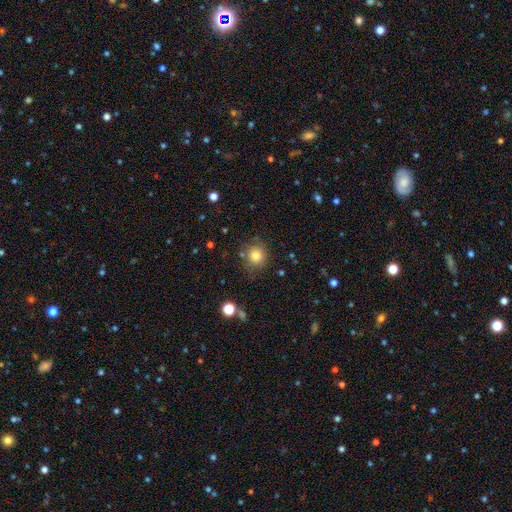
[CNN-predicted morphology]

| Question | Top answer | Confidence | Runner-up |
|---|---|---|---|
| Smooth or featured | smooth | 80% | star or artifact (12%) |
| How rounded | round | 87% | in between (12%) |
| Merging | none | 78% | minor disturbance (14%) |